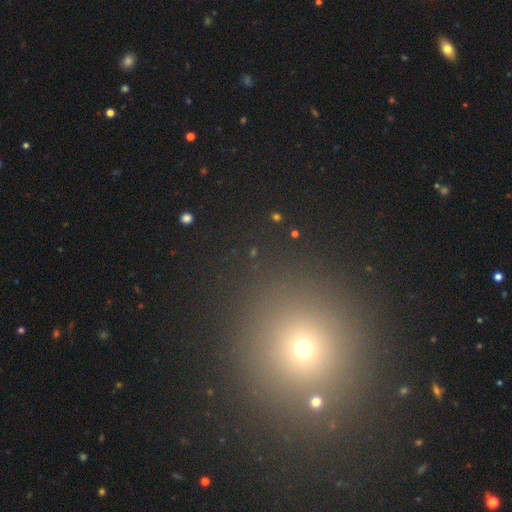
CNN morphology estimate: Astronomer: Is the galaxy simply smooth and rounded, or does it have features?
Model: smooth — 51% (runner-up: star or artifact, 41%).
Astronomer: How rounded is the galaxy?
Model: round — 90%.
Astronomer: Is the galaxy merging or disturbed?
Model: none — 87%.